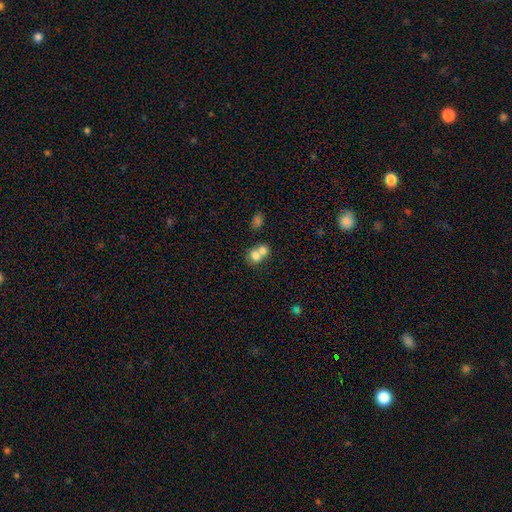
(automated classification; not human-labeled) Q: Smooth or featured?
A: smooth (73%); runner-up: featured or disk (17%)
Q: How rounded?
A: round (64%); runner-up: in between (35%)
Q: Merging?
A: merger (65%); runner-up: none (27%)